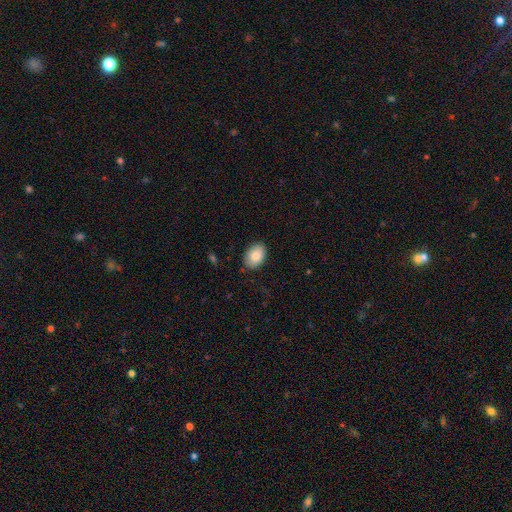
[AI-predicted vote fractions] smooth 86%, star or artifact 7%, featured or disk 7%. Down the decision tree: how rounded — in between (84%); merging — none (85%).